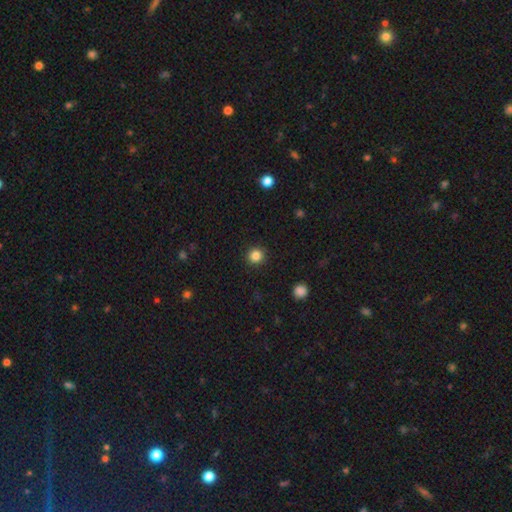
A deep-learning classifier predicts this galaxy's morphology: Smooth or featured? Predicted: smooth (p=0.84). How rounded? Predicted: round (p=0.93). Merging? Predicted: none (p=0.92).